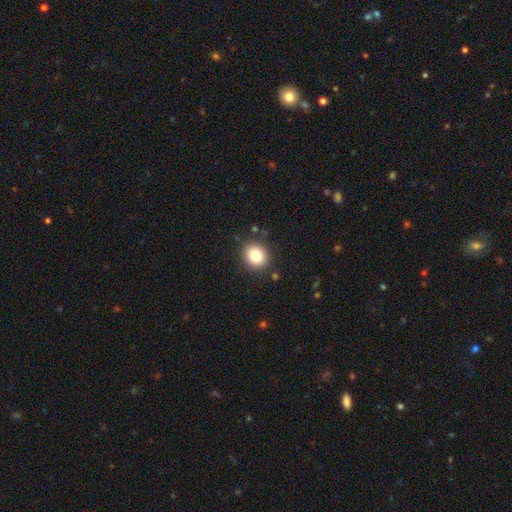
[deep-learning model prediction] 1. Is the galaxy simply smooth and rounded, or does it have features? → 86% smooth, 9% star or artifact, 5% featured or disk.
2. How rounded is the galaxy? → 67% round, 32% in between, 1% cigar-shaped.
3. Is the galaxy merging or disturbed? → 87% none, 9% minor disturbance, 3% major disturbance, 2% merger.